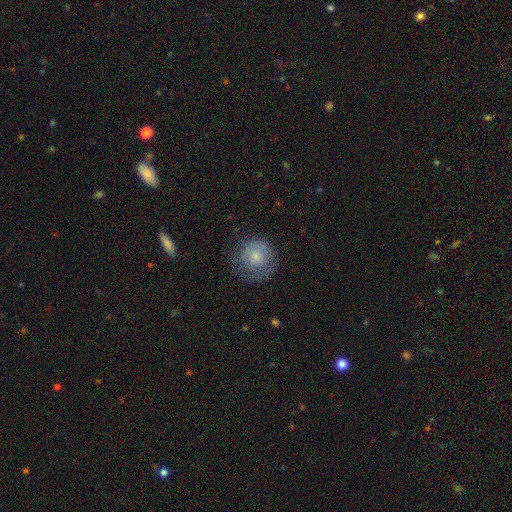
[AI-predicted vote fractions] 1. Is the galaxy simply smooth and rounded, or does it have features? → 73% smooth, 20% featured or disk, 7% star or artifact.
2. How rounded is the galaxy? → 91% round, 8% in between, 1% cigar-shaped.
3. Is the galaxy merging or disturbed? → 58% none, 25% minor disturbance, 15% major disturbance, 1% merger.